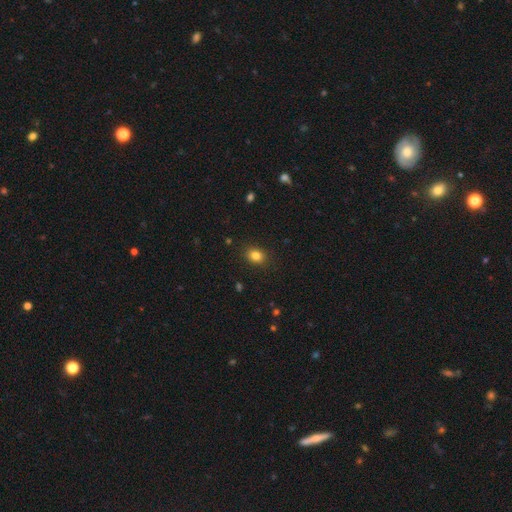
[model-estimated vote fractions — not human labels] This is clearly a smooth galaxy (83%). How rounded: possibly in between (51%). Merging: clearly none (89%).